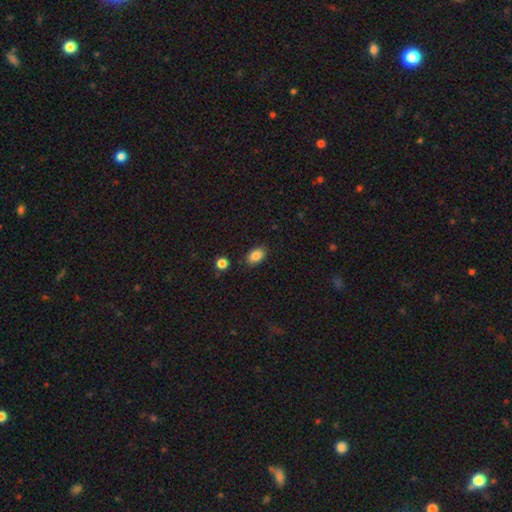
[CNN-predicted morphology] smooth_or_featured: smooth (p=0.85) [alt: star or artifact p=0.09]
how_rounded: in between (p=0.84) [alt: round p=0.15]
merging: none (p=0.85) [alt: minor disturbance p=0.10]